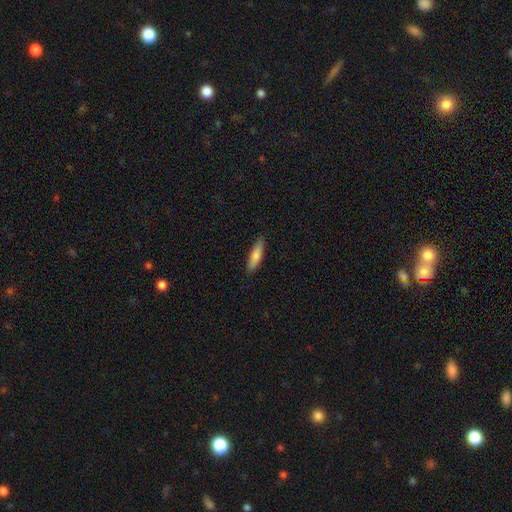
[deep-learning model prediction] A smooth galaxy with no disk features (77%) that is cigar-shaped (70%). Merging: none (88%).